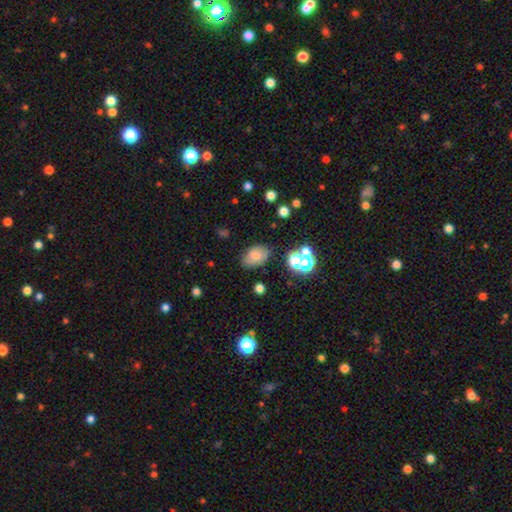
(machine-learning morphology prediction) smooth-or-featured: smooth: 70% | featured or disk: 17% | star or artifact: 13%
  how-rounded: in between: 83% | round: 15% | cigar-shaped: 1%
  merging: none: 73% | minor disturbance: 17% | major disturbance: 5% | merger: 4%